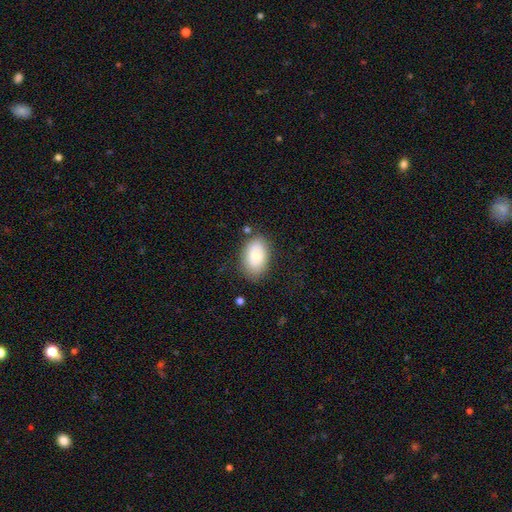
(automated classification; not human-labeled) Overall: smooth (73%). How rounded: in between (90%). Merging: none (77%).